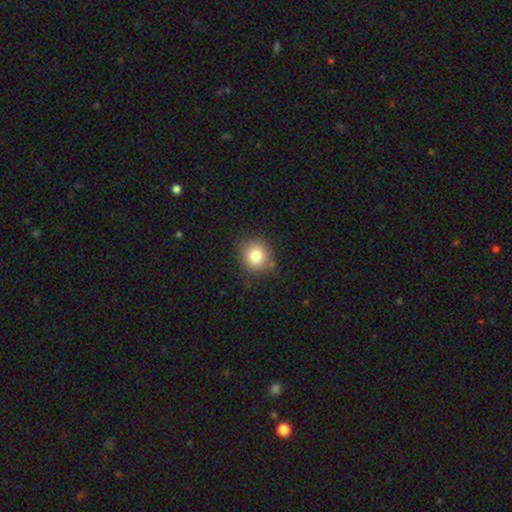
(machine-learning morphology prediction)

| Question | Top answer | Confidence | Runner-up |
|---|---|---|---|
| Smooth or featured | smooth | 82% | star or artifact (10%) |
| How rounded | round | 88% | in between (11%) |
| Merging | none | 81% | minor disturbance (14%) |